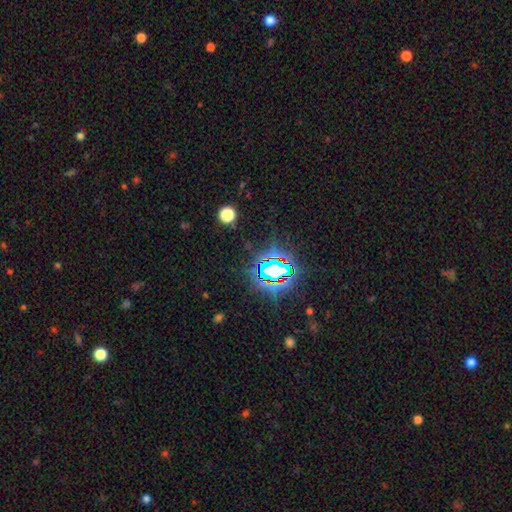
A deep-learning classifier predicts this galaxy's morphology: star or artifact 81%, smooth 11%, featured or disk 7%.